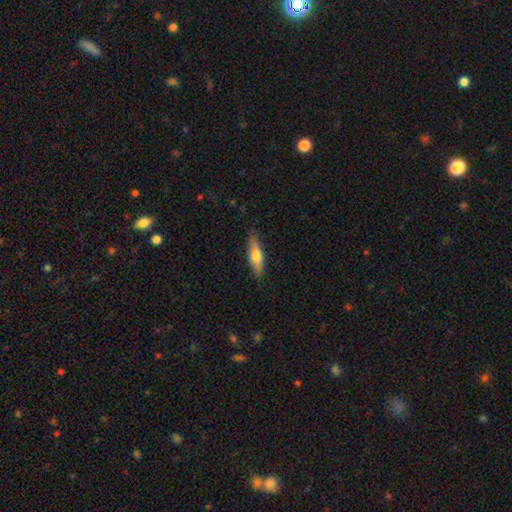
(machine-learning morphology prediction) This is possibly a smooth galaxy (59%). How rounded: possibly cigar-shaped (59%). Merging: clearly none (85%).